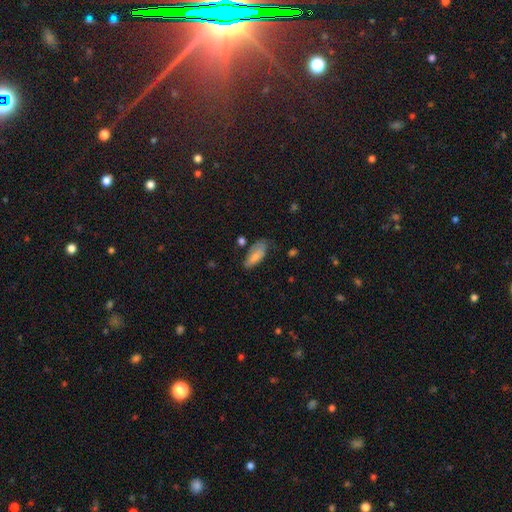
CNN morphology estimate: This is likely a smooth galaxy (77%). How rounded: clearly in between (83%). Merging: possibly none (50%).